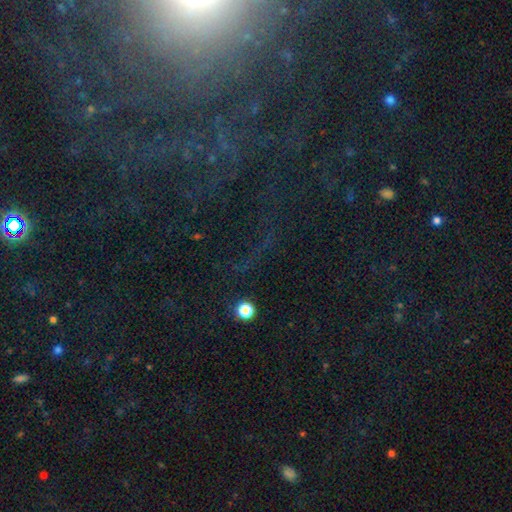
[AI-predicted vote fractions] A star or artifact, not a galaxy (69%).

Vote fractions:
- Smooth or featured? star or artifact: 69% / featured or disk: 18% / smooth: 13%